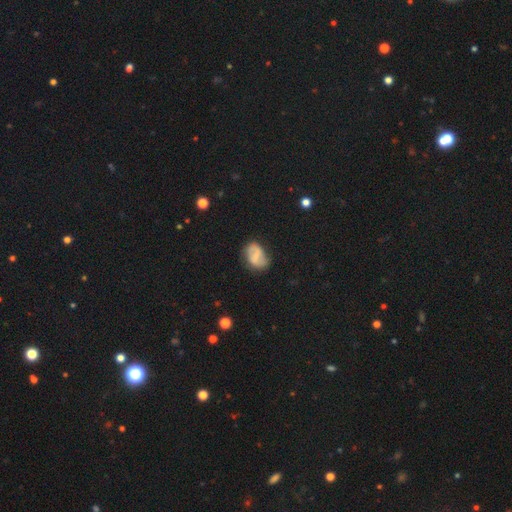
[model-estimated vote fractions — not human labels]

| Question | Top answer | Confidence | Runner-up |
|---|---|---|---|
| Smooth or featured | featured or disk | 46% | smooth (45%) |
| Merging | none | 63% | minor disturbance (26%) |